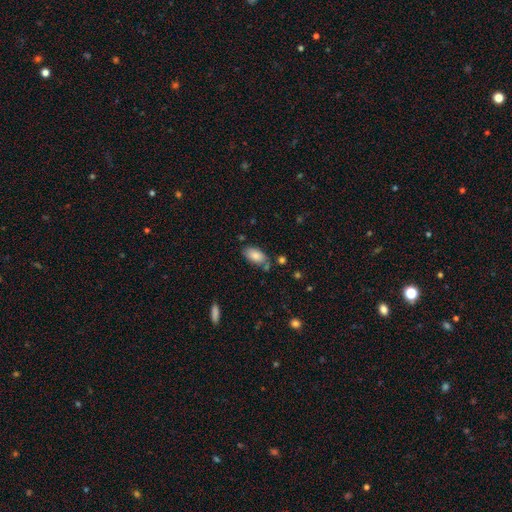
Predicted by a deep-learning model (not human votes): Smooth or featured?
  - smooth: 84% *
  - featured or disk: 9%
  - star or artifact: 7%
How rounded?
  - in between: 93% *
  - cigar-shaped: 3%
  - round: 3%
Merging?
  - none: 72% *
  - minor disturbance: 17%
  - merger: 7%
  - major disturbance: 4%